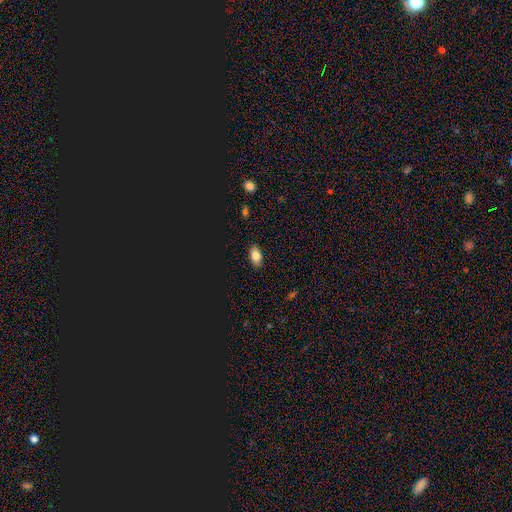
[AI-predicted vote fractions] Morphology: type=smooth (81%); roundness=in between (89%); merging=none (88%).